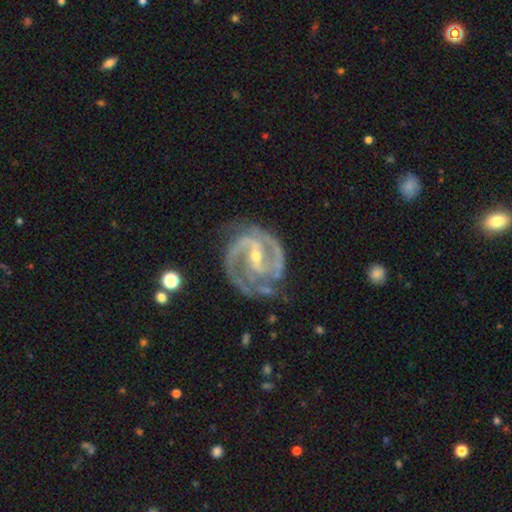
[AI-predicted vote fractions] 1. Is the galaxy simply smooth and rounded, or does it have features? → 93% featured or disk, 4% star or artifact, 3% smooth.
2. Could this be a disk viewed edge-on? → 98% no, 2% yes.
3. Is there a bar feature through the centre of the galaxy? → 49% strong, 36% weak, 15% no.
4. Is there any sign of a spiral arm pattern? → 98% yes, 2% no.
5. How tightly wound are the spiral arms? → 47% medium, 46% tight, 6% loose.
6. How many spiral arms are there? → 84% 2, 8% 3, 3% can't tell, 2% 1, 2% 4, 2% more than 4.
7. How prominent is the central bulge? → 63% small, 34% moderate, 1% none, 1% large, 1% dominant.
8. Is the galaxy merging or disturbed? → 71% none, 19% minor disturbance, 8% major disturbance, 2% merger.